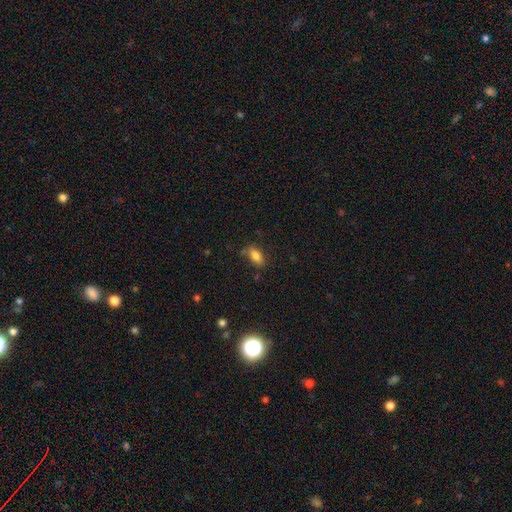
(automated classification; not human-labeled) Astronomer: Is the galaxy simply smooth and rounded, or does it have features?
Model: smooth — 83%.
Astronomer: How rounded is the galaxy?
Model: in between — 88%.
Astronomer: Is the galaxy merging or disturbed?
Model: none — 76%.